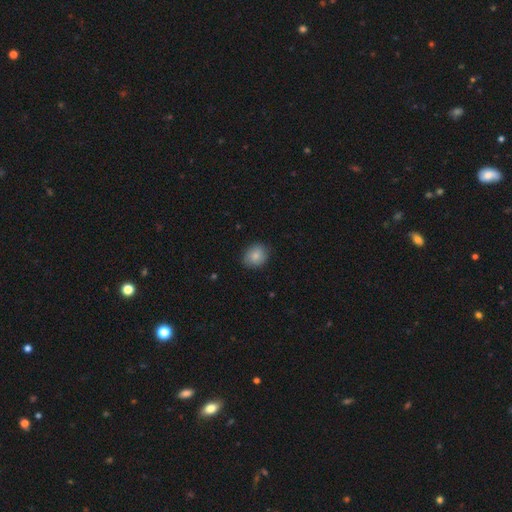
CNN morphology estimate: A smooth galaxy with no disk features (84%) that is round (62%).

Vote fractions:
- Smooth or featured? smooth: 84% / featured or disk: 8% / star or artifact: 8%
- How rounded? round: 62% / in between: 37% / cigar-shaped: 1%
- Merging? none: 81% / minor disturbance: 15% / major disturbance: 3% / merger: 1%